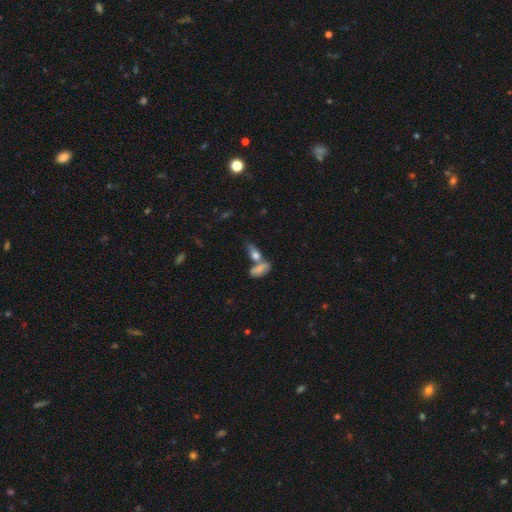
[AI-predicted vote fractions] This is likely a smooth galaxy (61%). How rounded: likely in between (64%). Merging: possibly merger (45%).